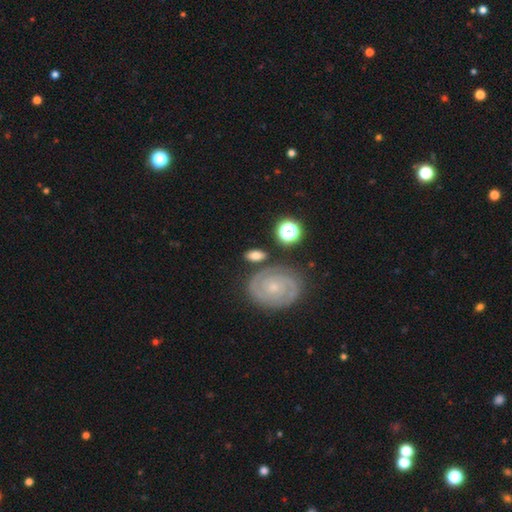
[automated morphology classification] Overall: featured or disk (51%; smooth 40%). Edge-on disk: no (92%). Merging: none (77%).